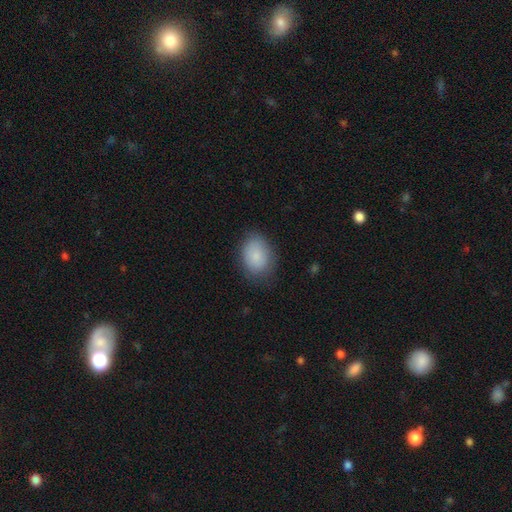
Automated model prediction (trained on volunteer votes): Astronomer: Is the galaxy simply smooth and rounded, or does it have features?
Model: smooth — 85%.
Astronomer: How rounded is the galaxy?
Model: in between — 75%.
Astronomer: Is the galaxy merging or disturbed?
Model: none — 77%.